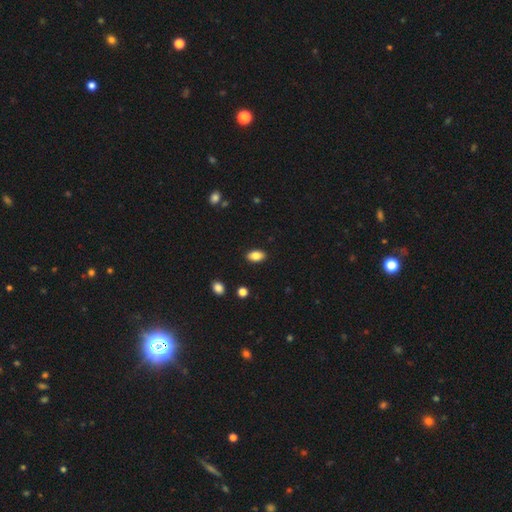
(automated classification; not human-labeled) Morphology: type=smooth (85%); roundness=in between (91%); merging=none (89%).